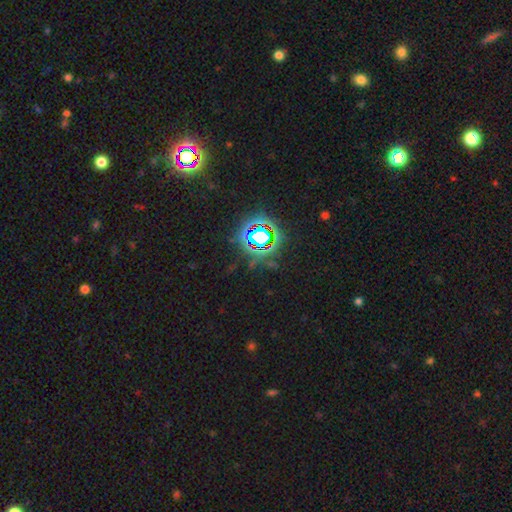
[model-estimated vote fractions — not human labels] smooth-or-featured: star or artifact: 83% | smooth: 11% | featured or disk: 6%